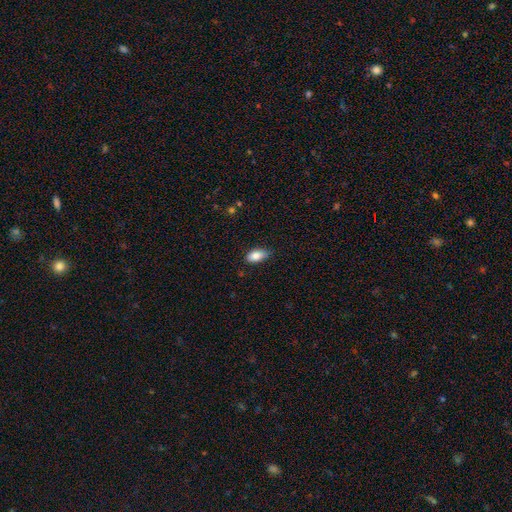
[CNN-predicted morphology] This appears to be a smooth galaxy with no disk features (85%) that is in between round and cigar-shaped (91%). Merging: none (77%).